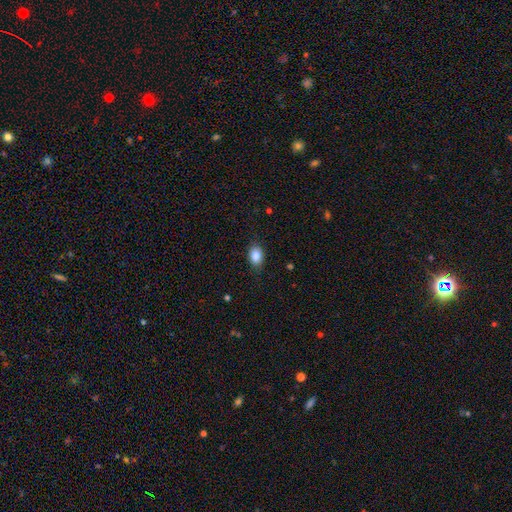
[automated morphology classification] type=smooth (86%); roundness=in between (78%); merging=none (83%).